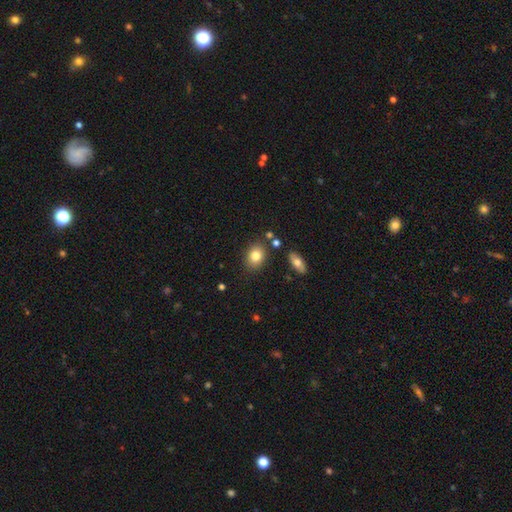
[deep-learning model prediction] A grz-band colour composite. It shows a smooth galaxy with no disk features (80%) that is in between round and cigar-shaped (66%). Merging: none (80%).